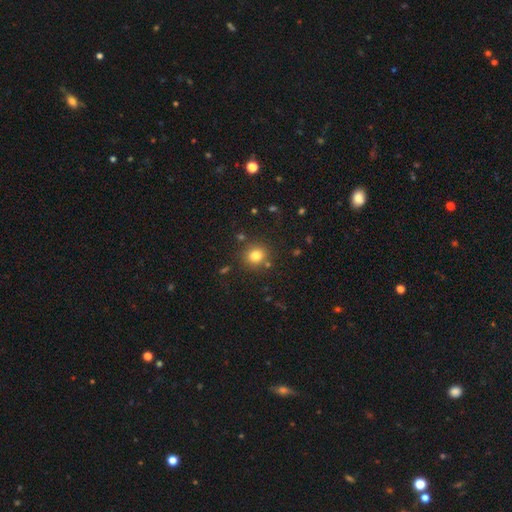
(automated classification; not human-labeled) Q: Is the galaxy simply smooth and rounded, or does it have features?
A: smooth — 79%.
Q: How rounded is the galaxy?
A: round — 86%.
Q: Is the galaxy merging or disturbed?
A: none — 83%.